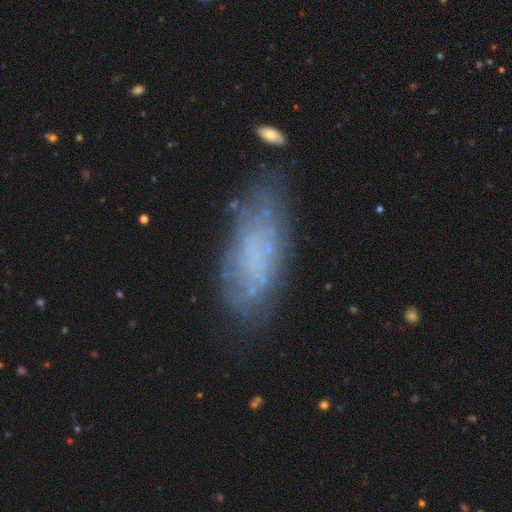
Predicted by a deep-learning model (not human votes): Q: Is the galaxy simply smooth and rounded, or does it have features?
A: smooth — 47%.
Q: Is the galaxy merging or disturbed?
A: none — 60%.